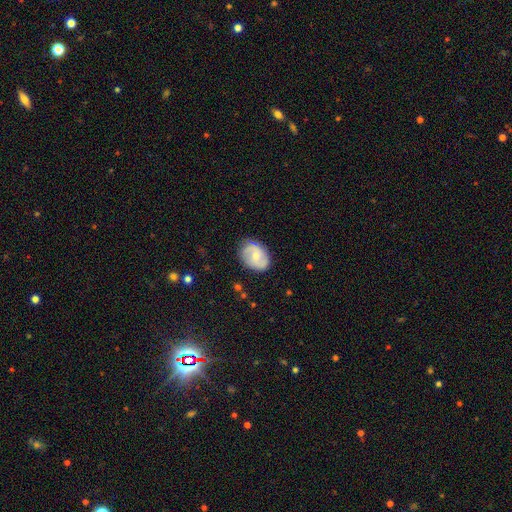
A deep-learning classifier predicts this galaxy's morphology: Smooth or featured? featured or disk (57%)
Edge-on disk? no (97%)
Bar? no (58%)
Spiral arms? yes (86%)
Bulge size? small (54%)
Merging? none (77%)